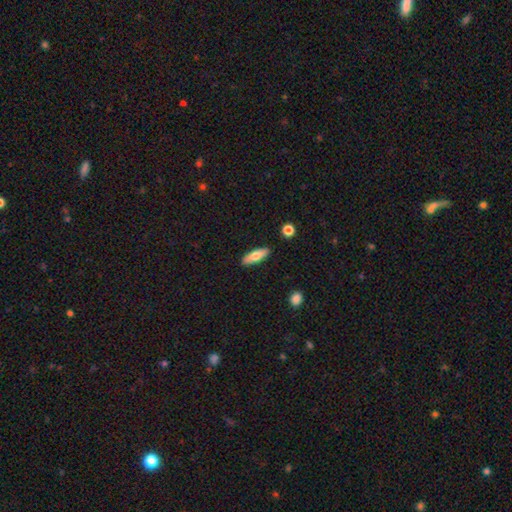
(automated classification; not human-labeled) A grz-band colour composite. It shows a smooth galaxy with no disk features (69%) that is in between round and cigar-shaped (51%). Merging: none (89%).